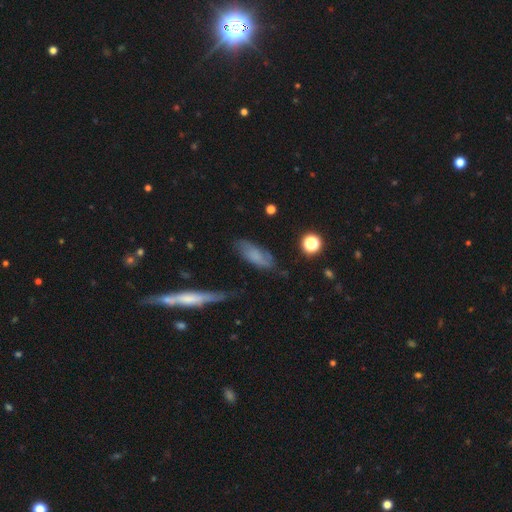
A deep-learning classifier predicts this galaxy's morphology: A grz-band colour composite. It shows a smooth galaxy with no disk features (55%) that is in between round and cigar-shaped (71%). Merging: none (60%).